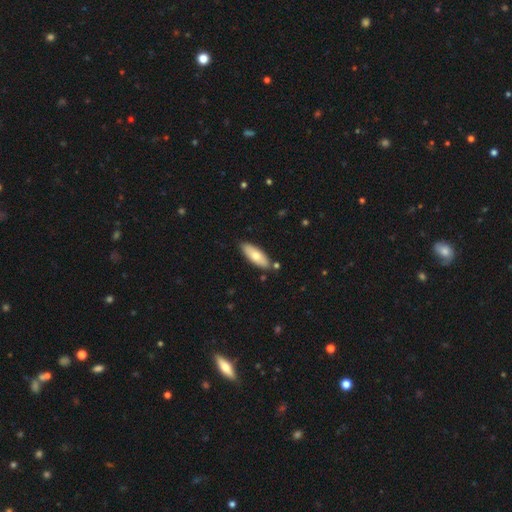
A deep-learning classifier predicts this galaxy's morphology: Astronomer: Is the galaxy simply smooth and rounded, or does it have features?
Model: smooth — 68%.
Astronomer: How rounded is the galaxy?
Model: in between — 65%.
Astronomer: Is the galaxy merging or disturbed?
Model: none — 84%.